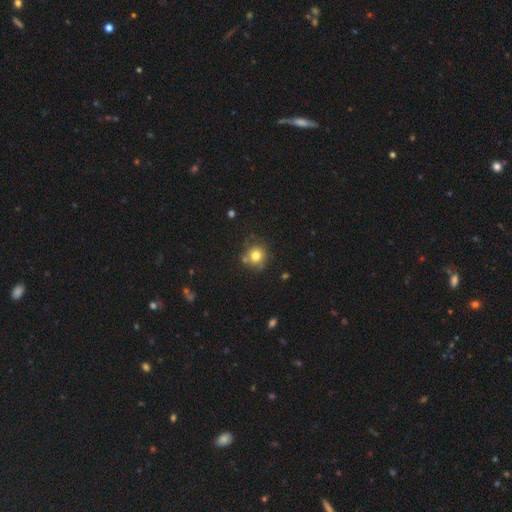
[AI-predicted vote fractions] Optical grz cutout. It shows a smooth galaxy with no disk features (77%) that is round (89%). Merging: none (71%).